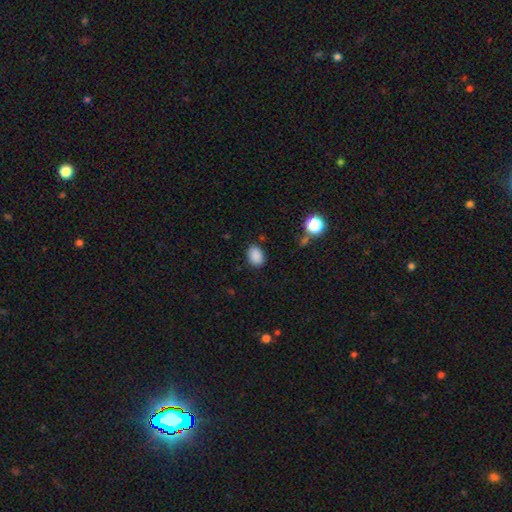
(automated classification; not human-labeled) A smooth galaxy with no disk features (87%) that is in between round and cigar-shaped (79%). Merging: none (83%).